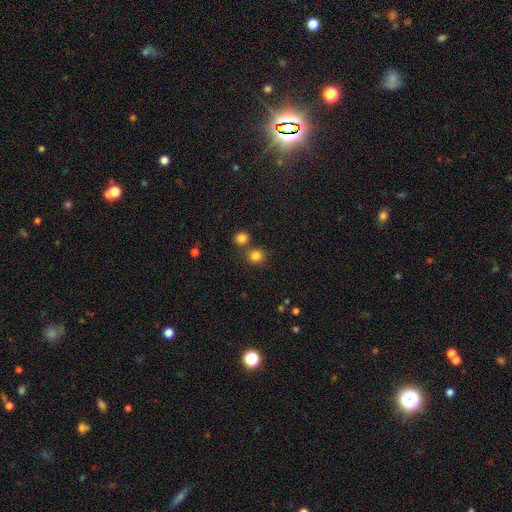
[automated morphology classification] Smooth or featured: smooth — 82% (star or artifact — 13%)
How rounded: round — 88% (in between — 11%)
Merging: none — 70% (merger — 19%)